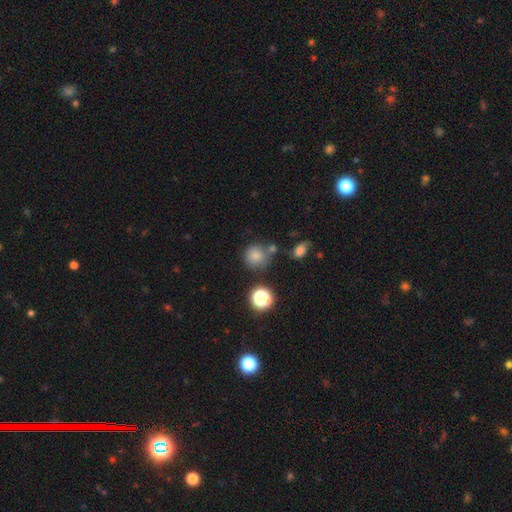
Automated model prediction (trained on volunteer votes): Overall: smooth (78%). How rounded: round (89%). Merging: none (67%).